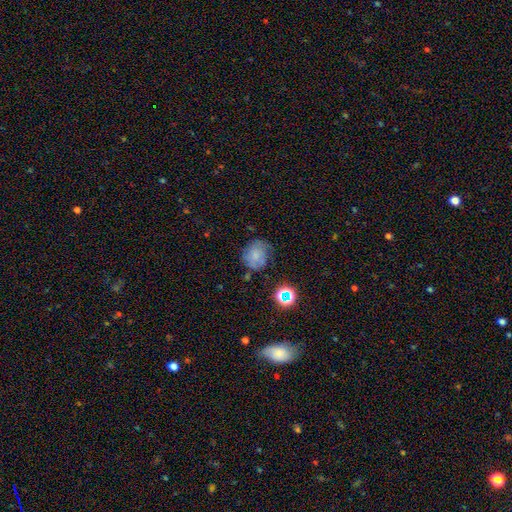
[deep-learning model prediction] Q: Smooth or featured?
A: smooth (60%); runner-up: featured or disk (27%)
Q: How rounded?
A: round (78%); runner-up: in between (21%)
Q: Merging?
A: none (57%); runner-up: minor disturbance (27%)